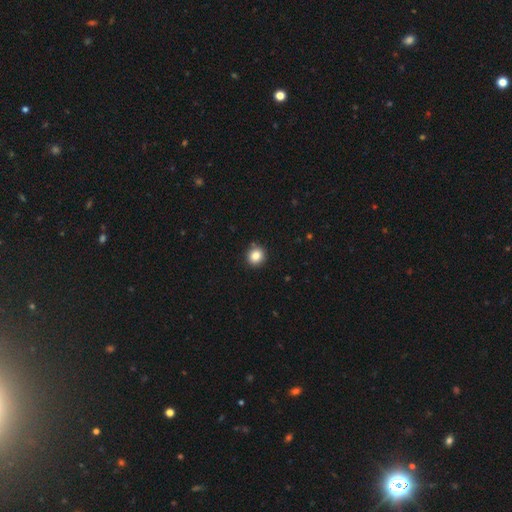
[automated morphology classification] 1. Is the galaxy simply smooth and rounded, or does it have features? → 84% smooth, 10% star or artifact, 5% featured or disk.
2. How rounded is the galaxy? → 87% round, 13% in between, 1% cigar-shaped.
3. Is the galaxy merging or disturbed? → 87% none, 9% minor disturbance, 2% major disturbance, 2% merger.